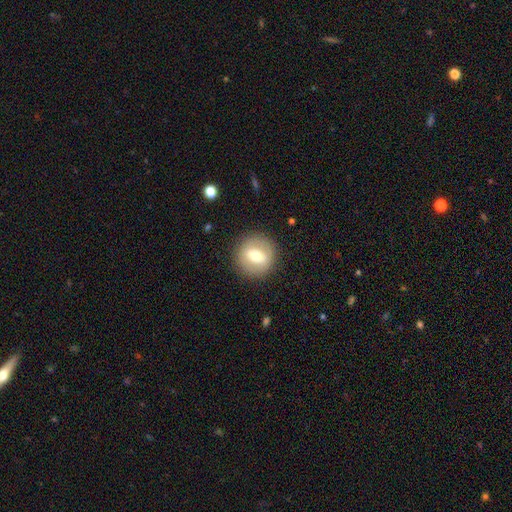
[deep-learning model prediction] A smooth galaxy with no disk features (58%) that is round (91%). Merging: none (88%).